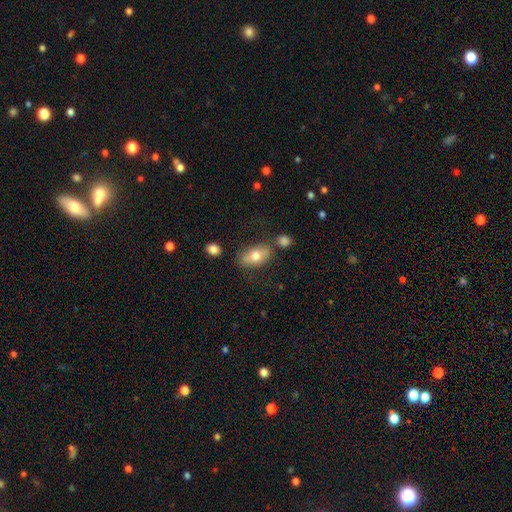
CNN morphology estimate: This is likely a smooth galaxy (70%). How rounded: clearly in between (88%). Merging: likely none (68%).